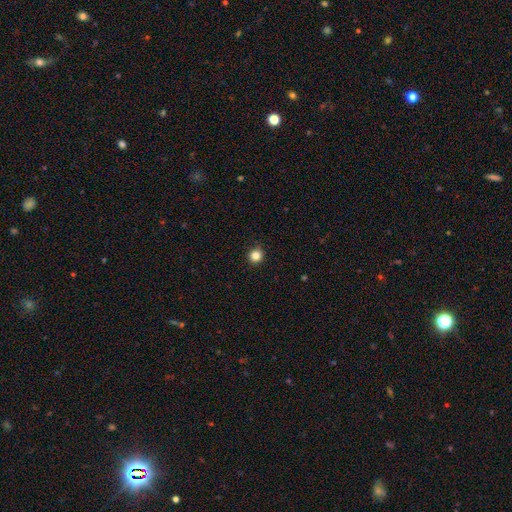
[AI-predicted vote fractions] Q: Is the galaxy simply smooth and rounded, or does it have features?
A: smooth — 84%.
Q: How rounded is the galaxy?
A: round — 93%.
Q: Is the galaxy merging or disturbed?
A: none — 92%.